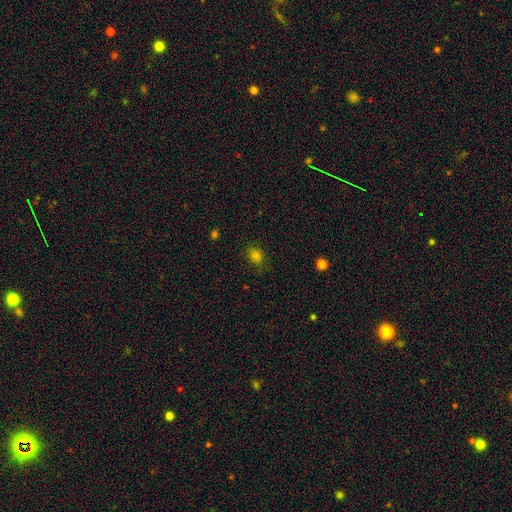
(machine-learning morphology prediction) smooth-or-featured: smooth: 78% | star or artifact: 17% | featured or disk: 5%
  how-rounded: round: 50% | in between: 49% | cigar-shaped: 1%
  merging: none: 79% | minor disturbance: 16% | major disturbance: 4% | merger: 1%